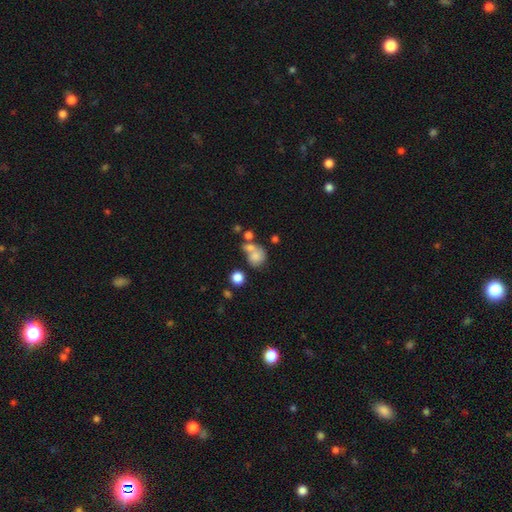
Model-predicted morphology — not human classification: A smooth galaxy with no disk features (73%) that is round (70%).

Vote fractions:
- Smooth or featured? smooth: 73% / featured or disk: 16% / star or artifact: 11%
- How rounded? round: 70% / in between: 29% / cigar-shaped: 1%
- Merging? merger: 43% / none: 32% / minor disturbance: 14% / major disturbance: 11%